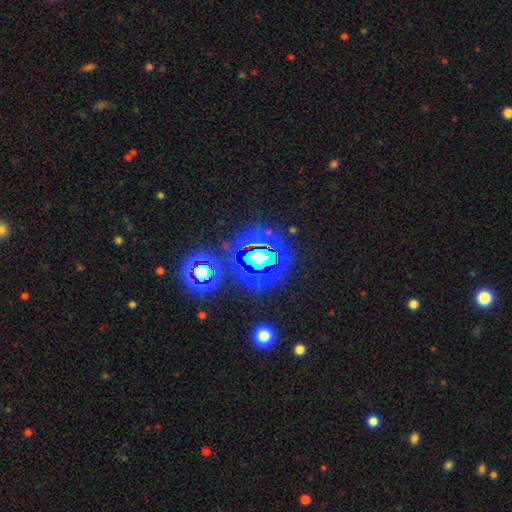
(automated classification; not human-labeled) star or artifact 78%, smooth 13%, featured or disk 9%.